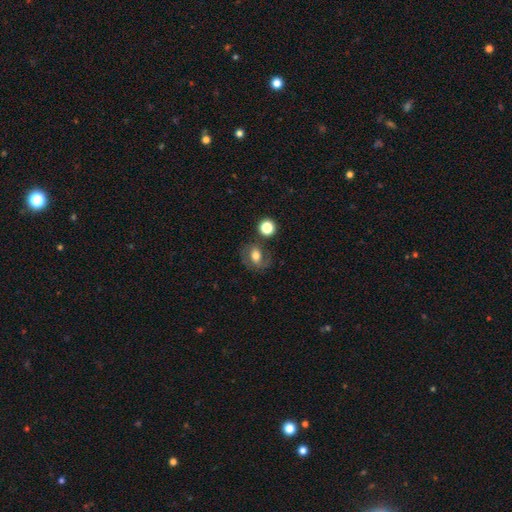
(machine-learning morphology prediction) A smooth galaxy with no disk features (48%).

Vote fractions:
- Smooth or featured? smooth: 48% / featured or disk: 41% / star or artifact: 11%
- Merging? none: 61% / minor disturbance: 18% / major disturbance: 11% / merger: 10%